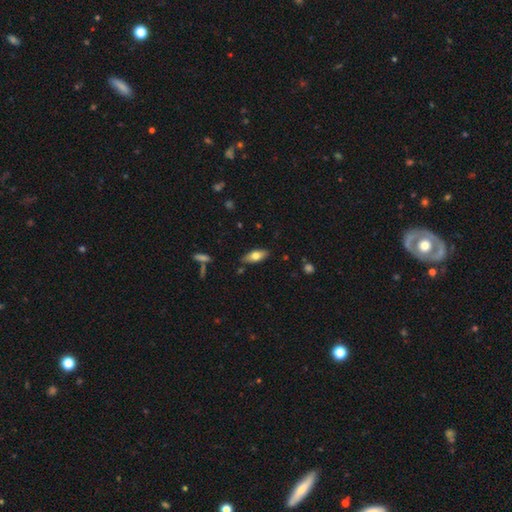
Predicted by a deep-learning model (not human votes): This appears to be a smooth galaxy with no disk features (68%) that is in between round and cigar-shaped (77%). Merging: none (84%).